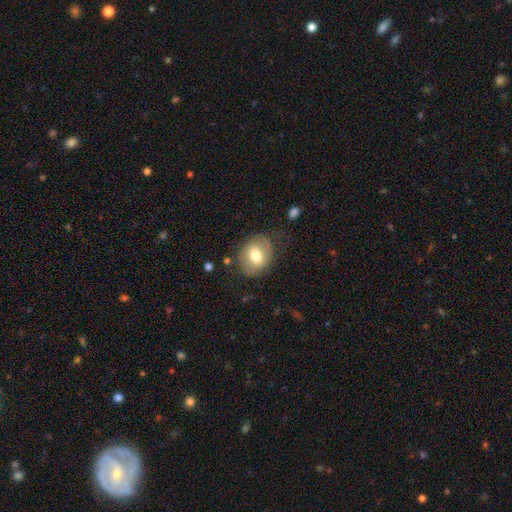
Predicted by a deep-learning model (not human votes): Q: Smooth or featured?
A: smooth (66%); runner-up: featured or disk (26%)
Q: How rounded?
A: round (53%); runner-up: in between (46%)
Q: Merging?
A: none (74%); runner-up: minor disturbance (17%)